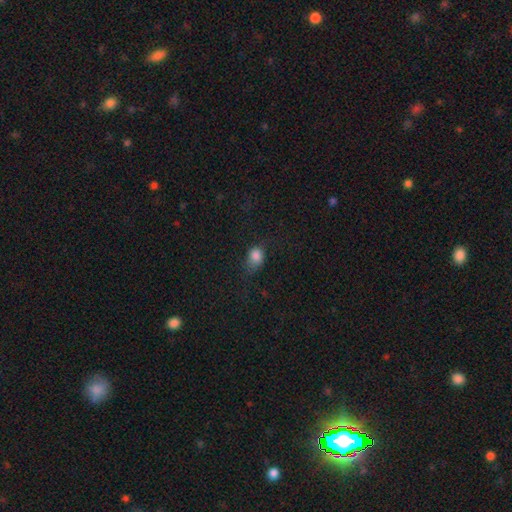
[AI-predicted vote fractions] This appears to be a smooth galaxy with no disk features (82%) that is round (49%, tied with in between). Merging: none (52%).